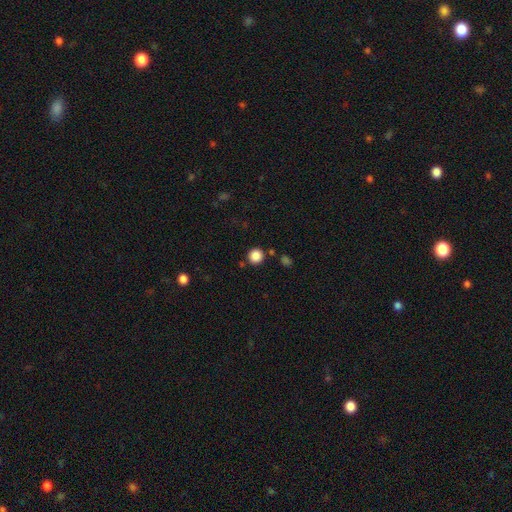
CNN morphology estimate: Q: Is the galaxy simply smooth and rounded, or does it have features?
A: smooth — 86%.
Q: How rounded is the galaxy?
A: round — 93%.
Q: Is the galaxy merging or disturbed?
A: none — 87%.